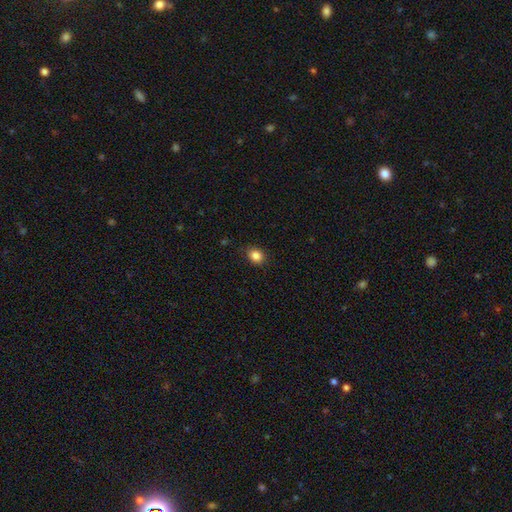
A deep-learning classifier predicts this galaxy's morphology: Smooth or featured?
  - smooth: 85% *
  - star or artifact: 10%
  - featured or disk: 4%
How rounded?
  - round: 58% *
  - in between: 41%
  - cigar-shaped: 1%
Merging?
  - none: 85% *
  - minor disturbance: 11%
  - major disturbance: 3%
  - merger: 1%